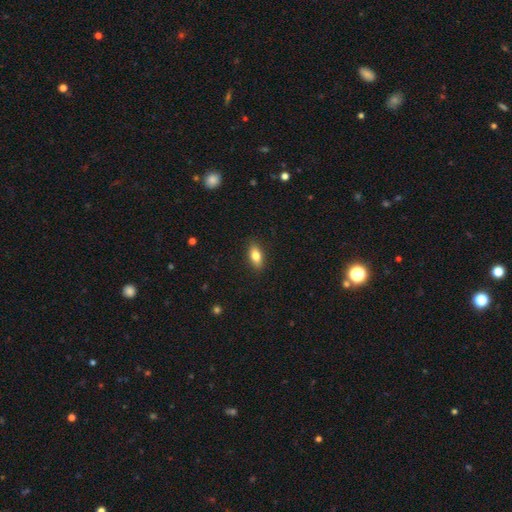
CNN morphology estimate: This appears to be a smooth galaxy with no disk features (78%) that is in between round and cigar-shaped (83%). Merging: none (88%).